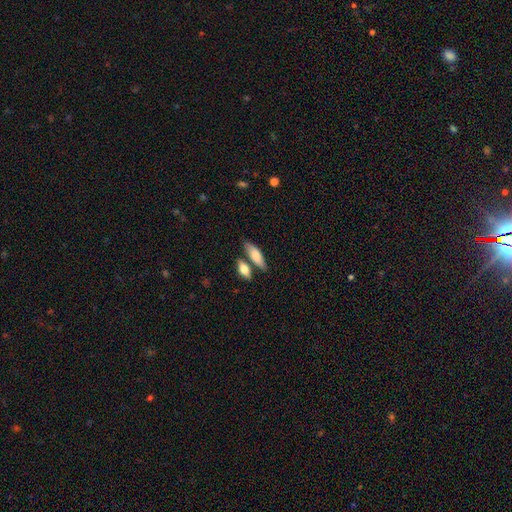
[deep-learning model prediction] A smooth galaxy with no disk features (75%) that is in between round and cigar-shaped (57%).

Vote fractions:
- Smooth or featured? smooth: 75% / featured or disk: 20% / star or artifact: 6%
- How rounded? in between: 57% / cigar-shaped: 40% / round: 3%
- Merging? none: 60% / merger: 23% / minor disturbance: 13% / major disturbance: 4%